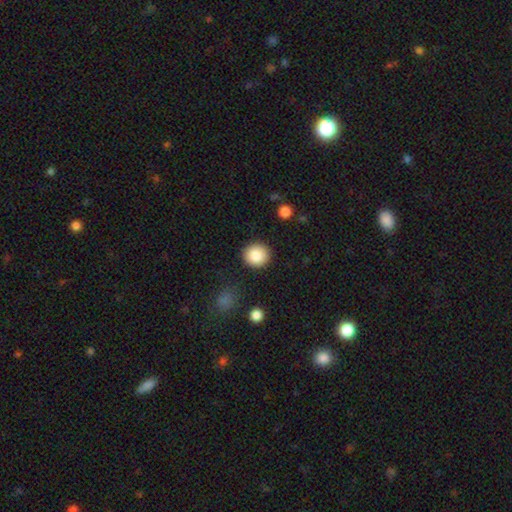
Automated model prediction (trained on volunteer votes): A smooth galaxy with no disk features (86%) that is round (90%). Merging: none (90%).